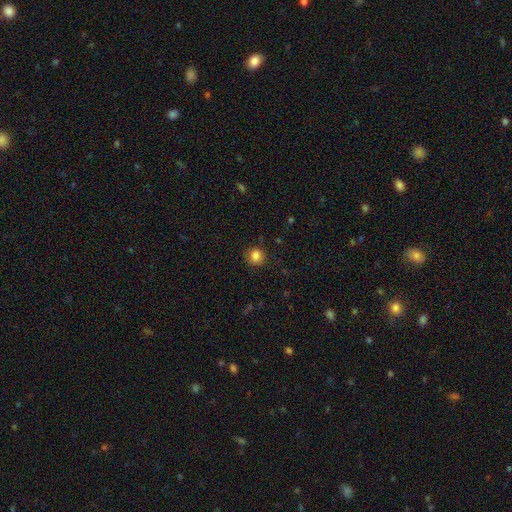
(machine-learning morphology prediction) A smooth galaxy with no disk features (85%) that is round (89%). Merging: none (88%).